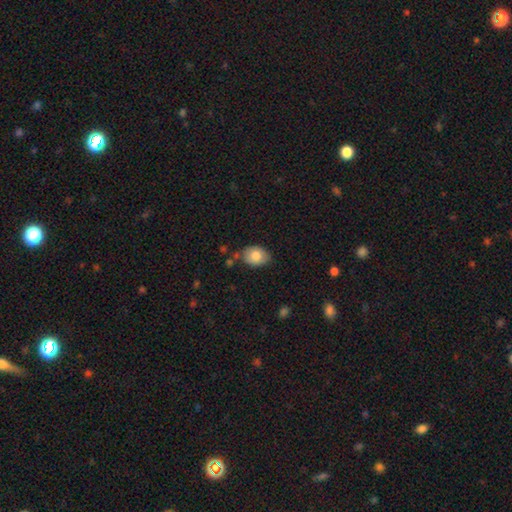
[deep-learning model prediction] Overall: smooth (80%). How rounded: in between (79%). Merging: none (74%).